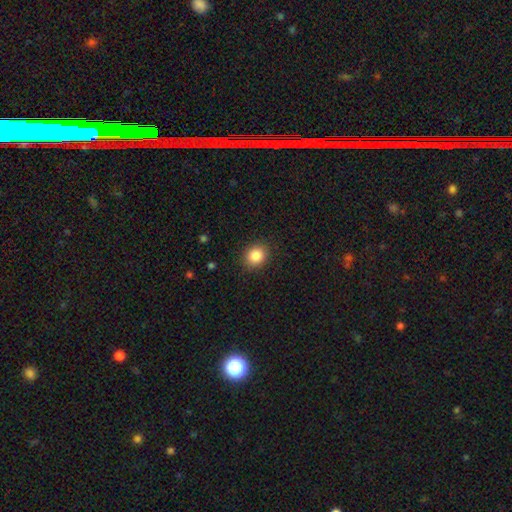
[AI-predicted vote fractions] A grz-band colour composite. It shows a smooth galaxy with no disk features (86%) that is round (69%). Merging: none (89%).